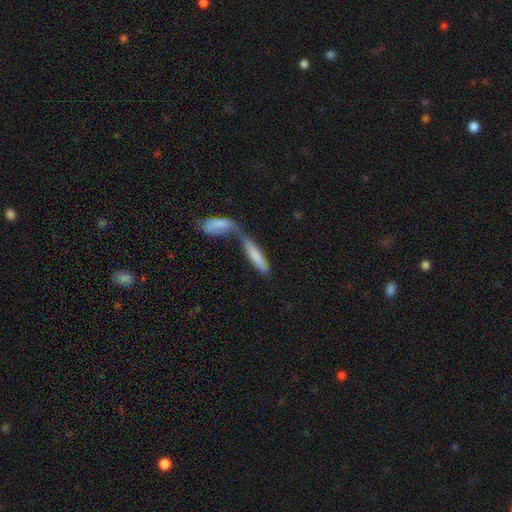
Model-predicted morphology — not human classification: This appears to be a smooth galaxy with no disk features (68%) that is cigar-shaped (71%). Merging: merger (65%).